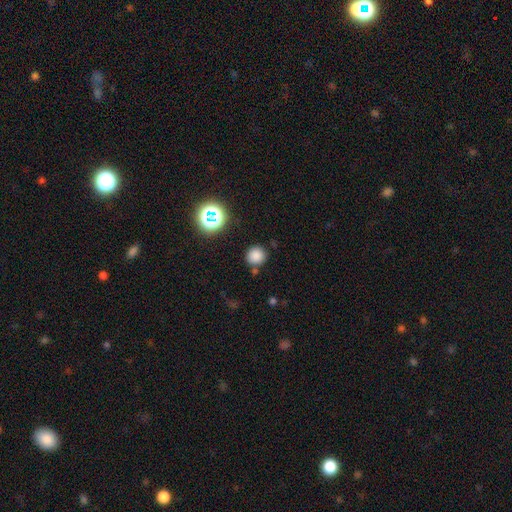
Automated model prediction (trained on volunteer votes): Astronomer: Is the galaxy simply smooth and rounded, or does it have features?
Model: smooth — 78%.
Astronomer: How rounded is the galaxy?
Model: round — 90%.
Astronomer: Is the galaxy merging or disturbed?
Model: none — 82%.